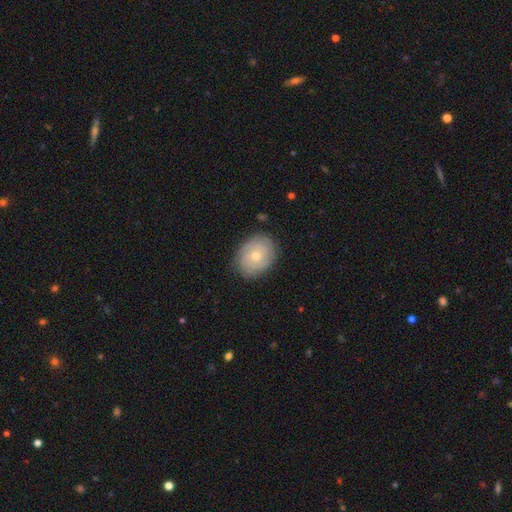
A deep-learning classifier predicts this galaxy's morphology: This is likely a featured or disk galaxy (61%). It is clearly not viewed edge-on (96%). Bar: clearly no (83%). Spiral arm pattern: clearly yes (82%). Central bulge: possibly small (52%). Merging: clearly none (84%).